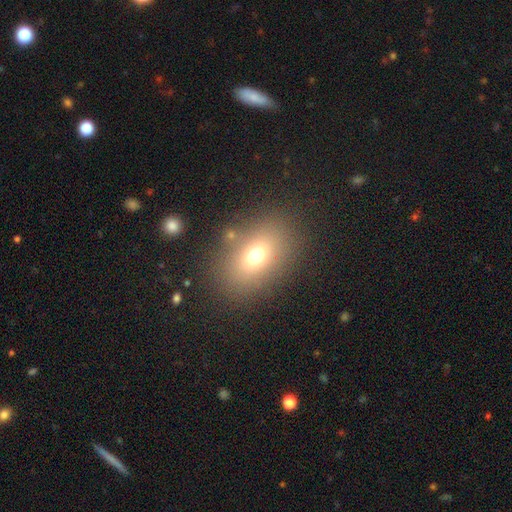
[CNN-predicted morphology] smooth 69%, featured or disk 15%, star or artifact 15%. Down the decision tree: how rounded — in between (75%); merging — none (81%).